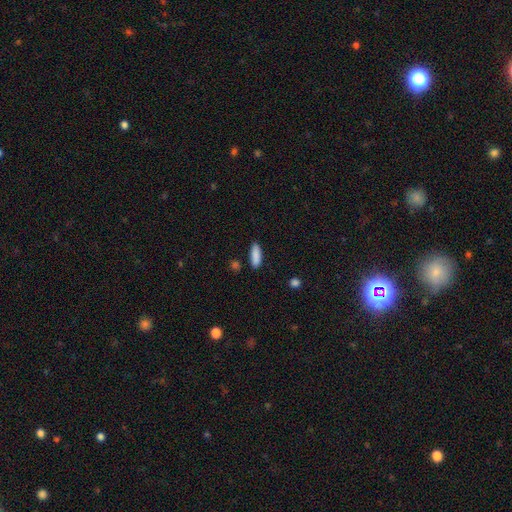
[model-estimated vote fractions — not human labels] A smooth galaxy with no disk features (89%) that is in between round and cigar-shaped (55%).

Vote fractions:
- Smooth or featured? smooth: 89% / star or artifact: 6% / featured or disk: 5%
- How rounded? in between: 55% / cigar-shaped: 43% / round: 2%
- Merging? none: 85% / minor disturbance: 10% / merger: 3% / major disturbance: 2%